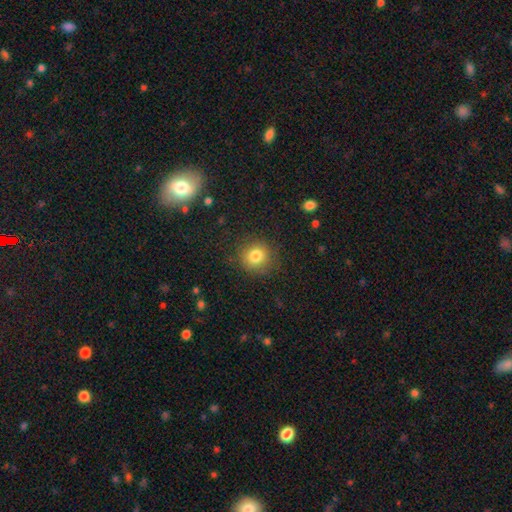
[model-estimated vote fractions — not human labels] Smooth or featured: smooth — 81% (star or artifact — 11%)
How rounded: round — 88% (in between — 11%)
Merging: none — 85% (minor disturbance — 10%)